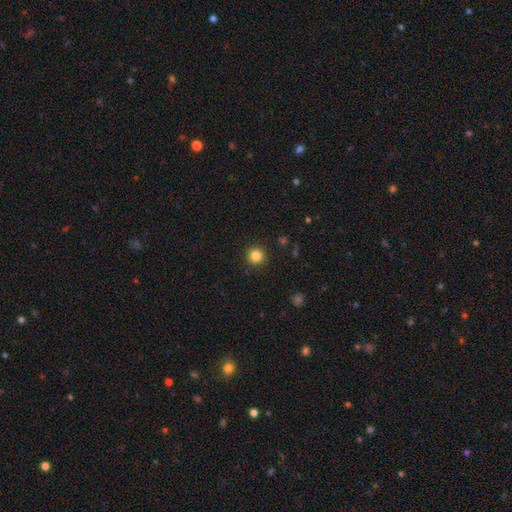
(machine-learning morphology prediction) smooth 84%, star or artifact 12%, featured or disk 4%. Down the decision tree: how rounded — round (96%); merging — none (92%).